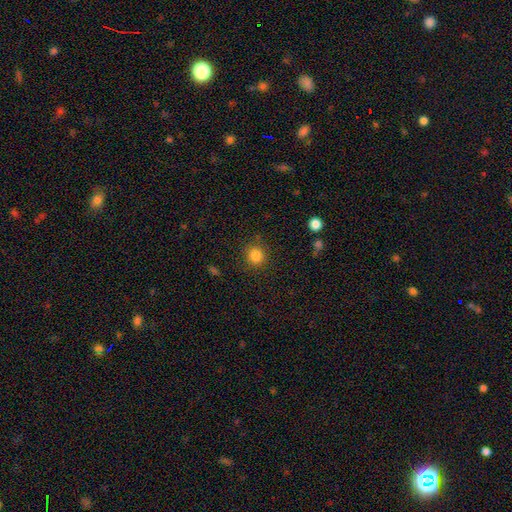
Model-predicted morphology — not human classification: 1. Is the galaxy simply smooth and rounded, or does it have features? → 84% smooth, 12% star or artifact, 4% featured or disk.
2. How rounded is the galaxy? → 88% round, 12% in between, 1% cigar-shaped.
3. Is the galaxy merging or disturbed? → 86% none, 9% minor disturbance, 3% major disturbance, 2% merger.